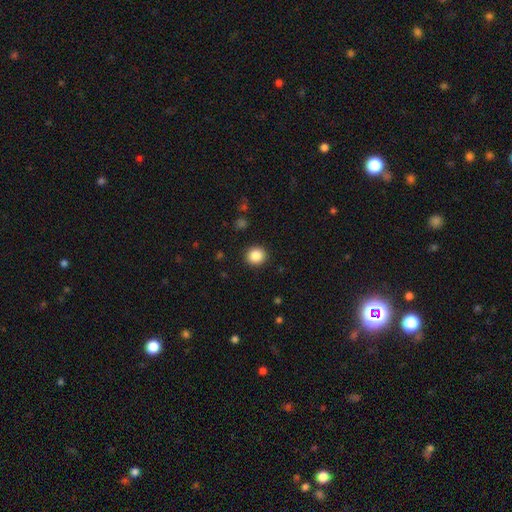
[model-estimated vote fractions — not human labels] A smooth galaxy with no disk features (86%) that is round (88%).

Vote fractions:
- Smooth or featured? smooth: 86% / star or artifact: 10% / featured or disk: 4%
- How rounded? round: 88% / in between: 11% / cigar-shaped: 1%
- Merging? none: 92% / minor disturbance: 5% / major disturbance: 2% / merger: 1%